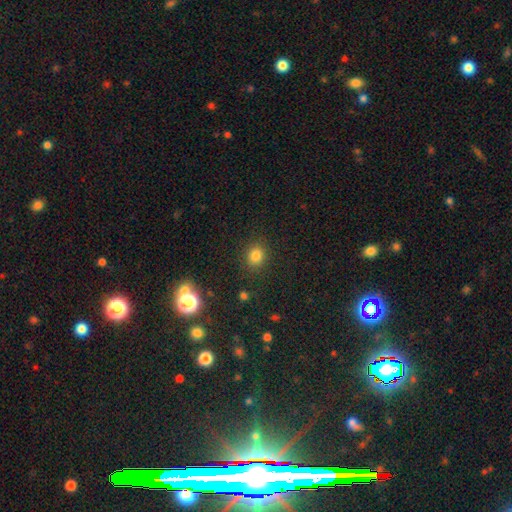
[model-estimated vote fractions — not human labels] This is likely a smooth galaxy (80%). How rounded: likely round (70%). Merging: clearly none (86%).